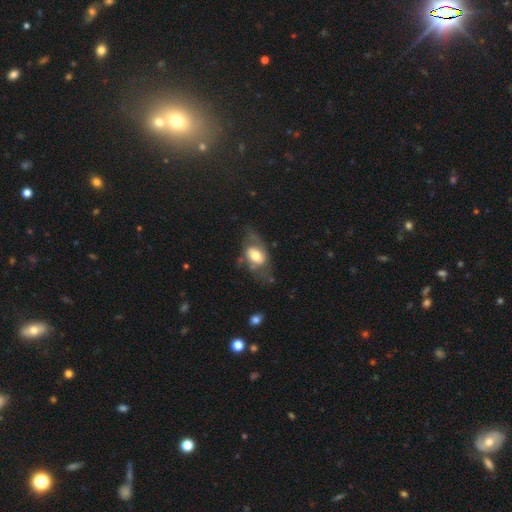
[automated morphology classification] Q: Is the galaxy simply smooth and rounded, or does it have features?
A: smooth — 47%.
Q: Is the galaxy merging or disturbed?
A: none — 49%.